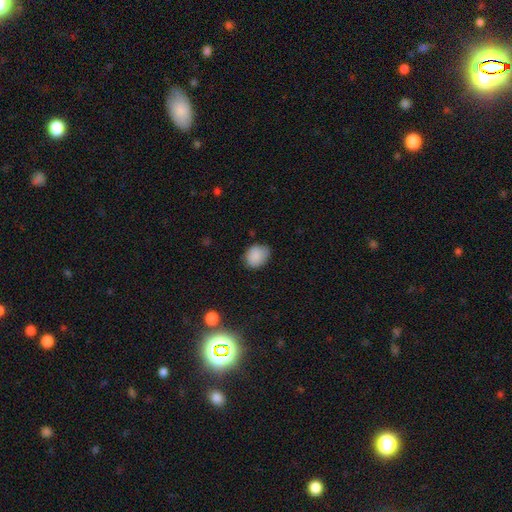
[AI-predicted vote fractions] Q: Smooth or featured?
A: smooth (88%); runner-up: star or artifact (8%)
Q: How rounded?
A: in between (51%); runner-up: round (48%)
Q: Merging?
A: none (71%); runner-up: minor disturbance (23%)